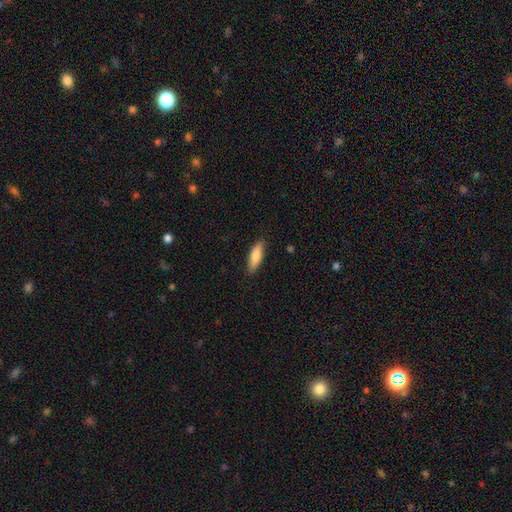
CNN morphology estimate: This is likely a smooth galaxy (79%). How rounded: possibly in between (55%). Merging: clearly none (86%).